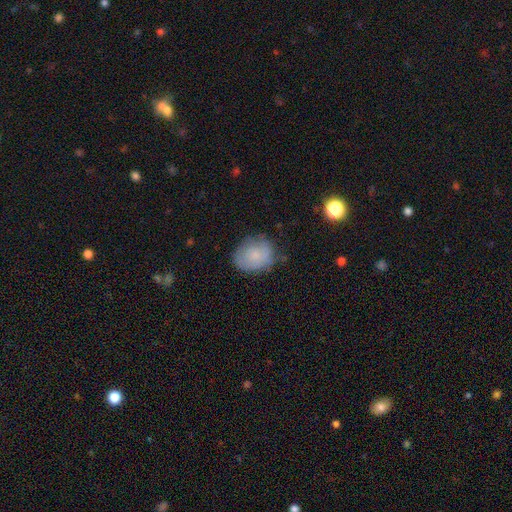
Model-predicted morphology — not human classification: Overall: smooth (72%). How rounded: in between (52%; round 47%). Merging: none (61%; minor disturbance 28%).